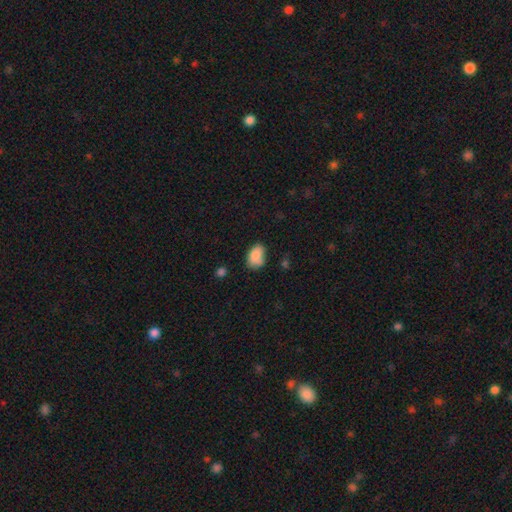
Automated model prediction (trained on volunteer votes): smooth_or_featured: smooth (p=0.85) [alt: star or artifact p=0.08]
how_rounded: in between (p=0.83) [alt: round p=0.16]
merging: none (p=0.59) [alt: minor disturbance p=0.29]